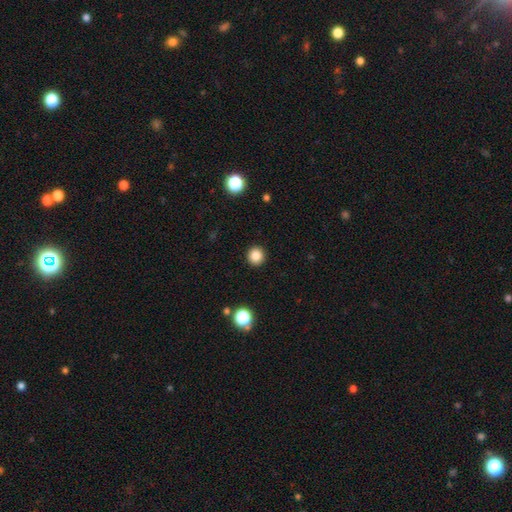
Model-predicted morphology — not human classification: This is clearly a smooth galaxy (85%). How rounded: clearly round (94%). Merging: clearly none (93%).